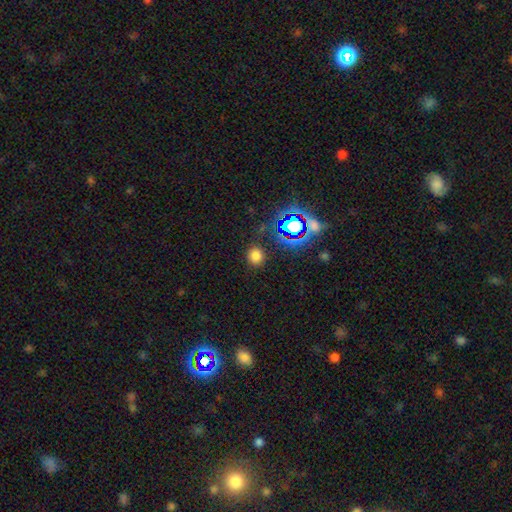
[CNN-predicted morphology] smooth 72%, star or artifact 23%, featured or disk 5%. Down the decision tree: how rounded — round (84%); merging — none (87%).